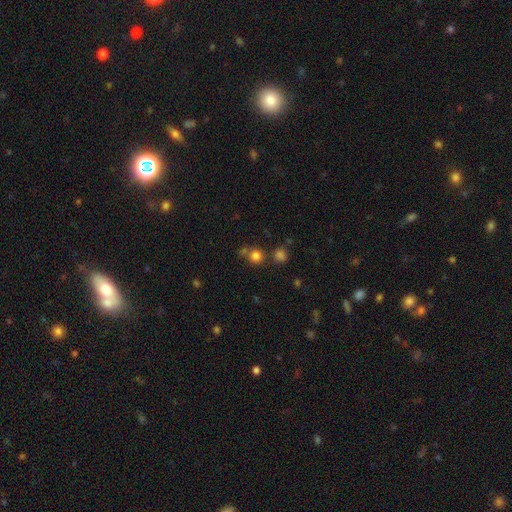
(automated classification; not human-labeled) Smooth or featured: smooth — 78% (star or artifact — 16%)
How rounded: round — 89% (in between — 10%)
Merging: none — 68% (merger — 18%)